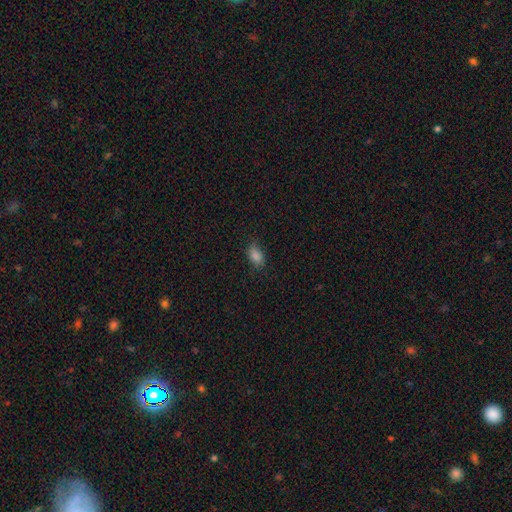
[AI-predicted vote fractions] Overall: smooth (84%). How rounded: in between (86%). Merging: none (77%).